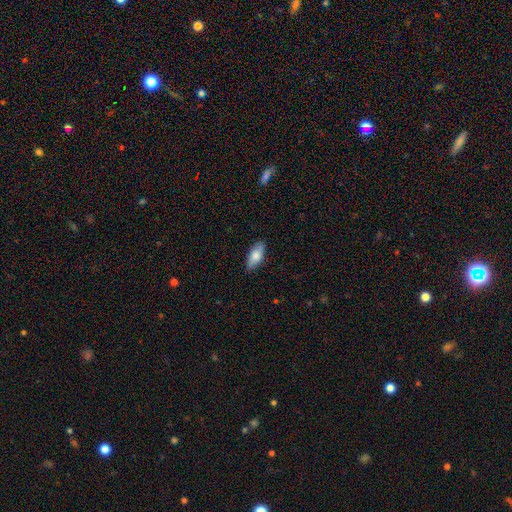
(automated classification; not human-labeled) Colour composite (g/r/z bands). It shows a smooth galaxy with no disk features (76%) that is in between round and cigar-shaped (81%). Merging: none (85%).